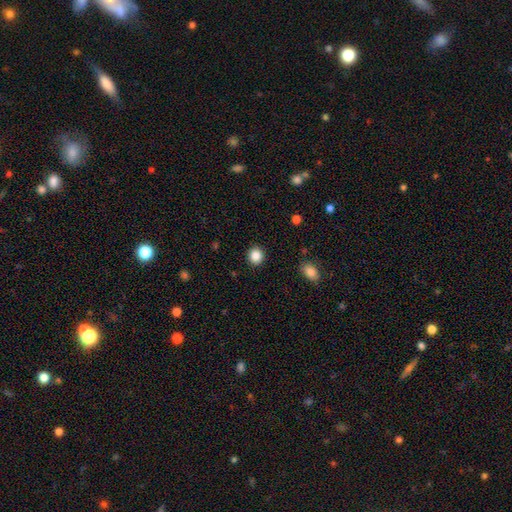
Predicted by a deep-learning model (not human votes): Smooth or featured: smooth — 87% (star or artifact — 10%)
How rounded: round — 83% (in between — 16%)
Merging: none — 91% (minor disturbance — 6%)